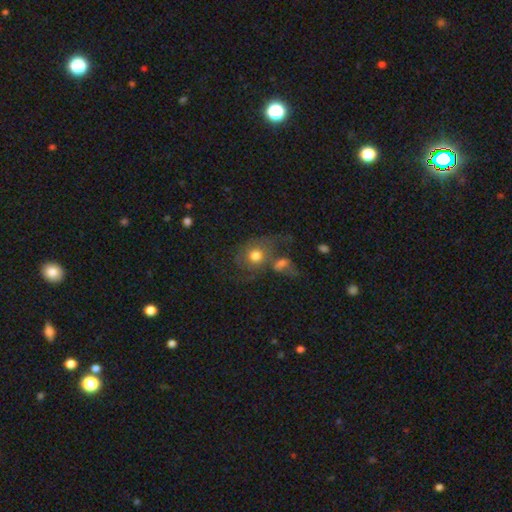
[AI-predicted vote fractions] A smooth galaxy with no disk features (57%) that is round (60%). Merging: merger (39%).